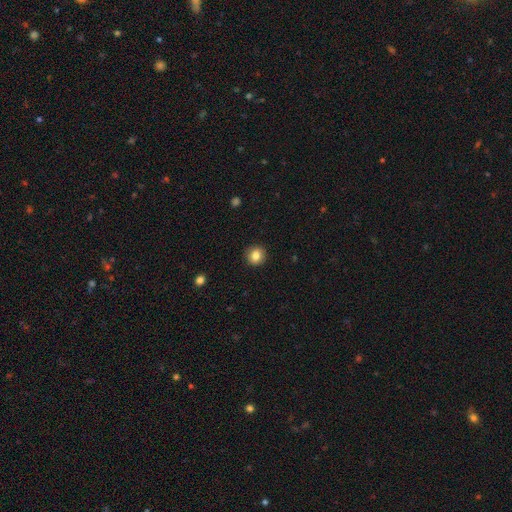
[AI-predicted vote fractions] This appears to be a smooth galaxy with no disk features (84%) that is round (90%). Merging: none (92%).